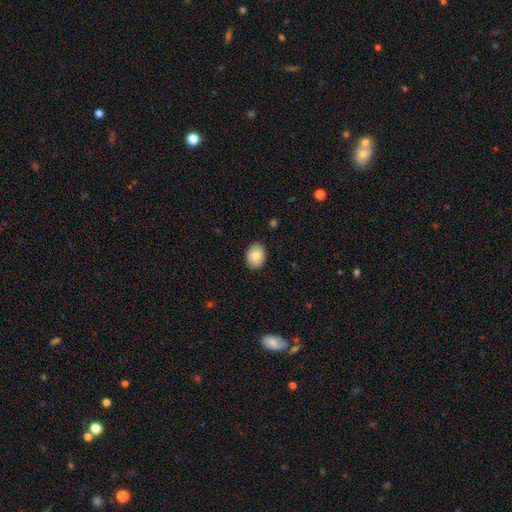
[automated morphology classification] The model was most divided on "how rounded": in between: 69%, round: 30%, cigar-shaped: 1%. More confident: merging — none (88%); smooth or featured — smooth (86%).